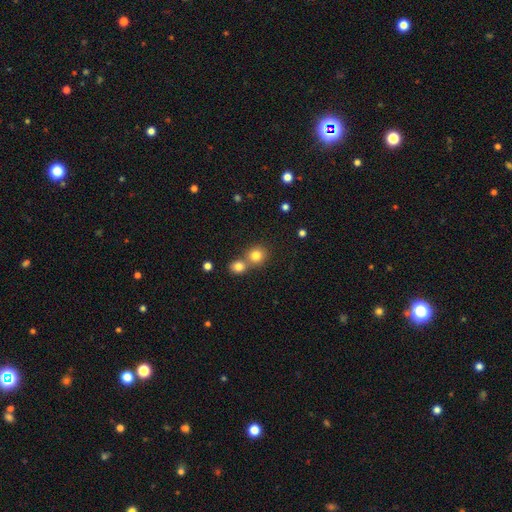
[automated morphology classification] This appears to be a smooth galaxy with no disk features (81%) that is round (86%). Merging: none (51%).